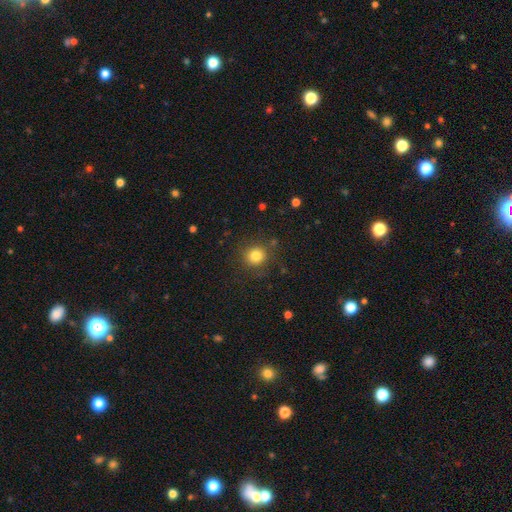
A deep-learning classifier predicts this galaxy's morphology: Smooth or featured? smooth (81%)
How rounded? round (90%)
Merging? none (85%)